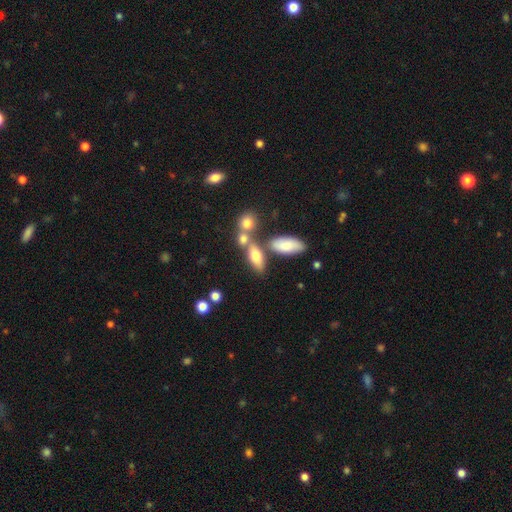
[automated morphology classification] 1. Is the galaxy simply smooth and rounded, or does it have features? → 71% smooth, 19% featured or disk, 10% star or artifact.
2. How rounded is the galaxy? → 74% in between, 17% cigar-shaped, 9% round.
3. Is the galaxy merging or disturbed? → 46% none, 36% merger, 12% minor disturbance, 6% major disturbance.